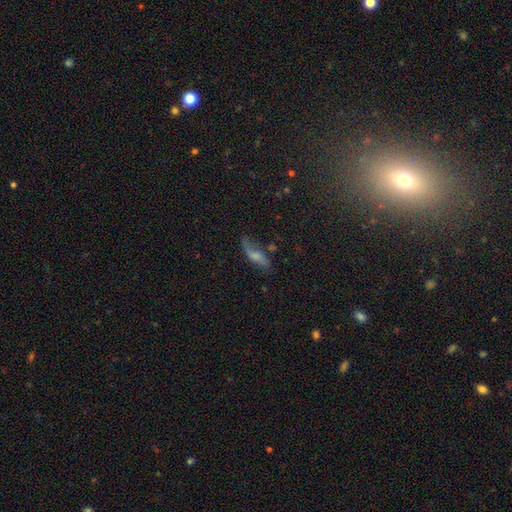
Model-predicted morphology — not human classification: type=featured or disk (47%); merging=none (53%).